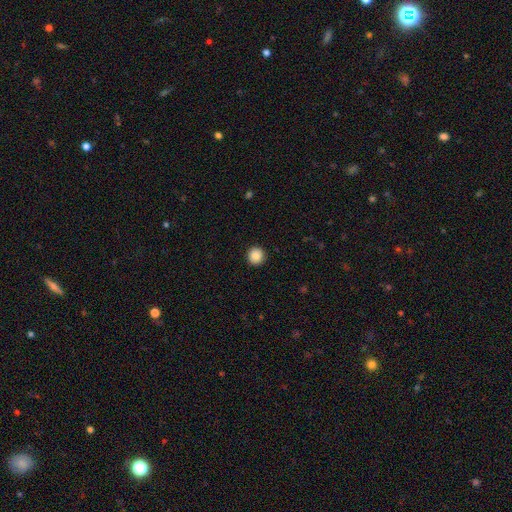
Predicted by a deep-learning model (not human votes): smooth 88%, star or artifact 9%, featured or disk 3%. Down the decision tree: how rounded — round (94%); merging — none (93%).